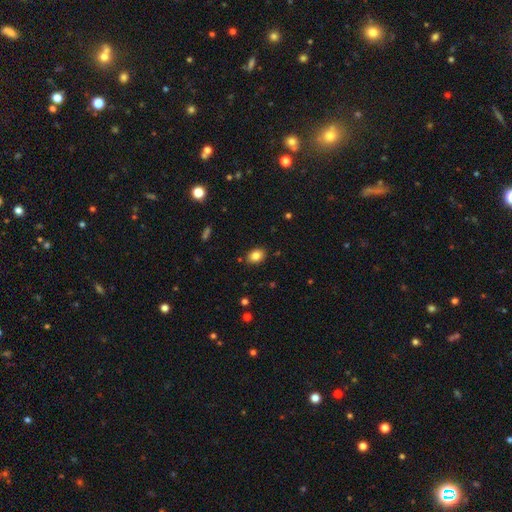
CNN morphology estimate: This is clearly a smooth galaxy (85%). How rounded: likely in between (72%). Merging: clearly none (87%).